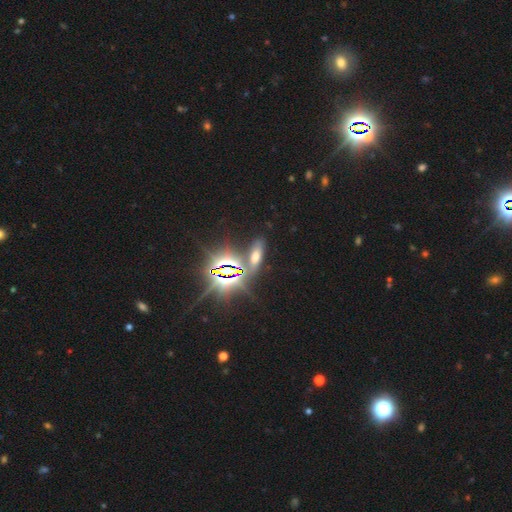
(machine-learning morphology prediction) Overall: star or artifact (45%; smooth 42%).